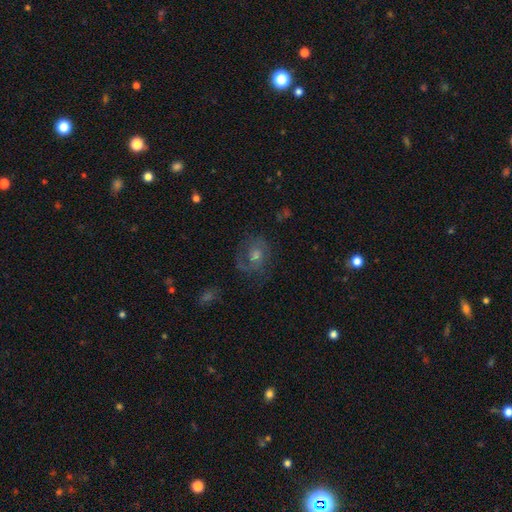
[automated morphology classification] A featured or disk galaxy (55%) with no bar (72%), spiral arms (77%) and a moderate central bulge (59%).

Vote fractions:
- Smooth or featured? featured or disk: 55% / smooth: 27% / star or artifact: 18%
- Edge-on disk? no: 97% / yes: 3%
- Bar? no: 72% / weak: 24% / strong: 4%
- Spiral arms? yes: 77% / no: 23%
- Bulge size? moderate: 59% / small: 23% / large: 12% / none: 4% / dominant: 2%
- Merging? none: 68% / minor disturbance: 17% / major disturbance: 13% / merger: 2%